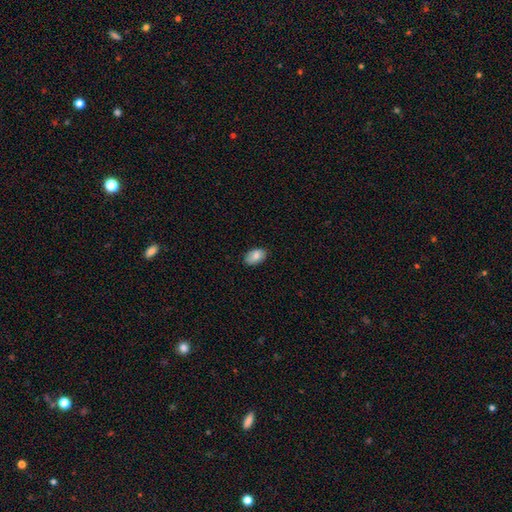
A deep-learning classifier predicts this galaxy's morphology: smooth-or-featured: smooth: 82% | featured or disk: 11% | star or artifact: 7%
  how-rounded: in between: 92% | round: 7% | cigar-shaped: 1%
  merging: none: 82% | minor disturbance: 15% | major disturbance: 2% | merger: 1%